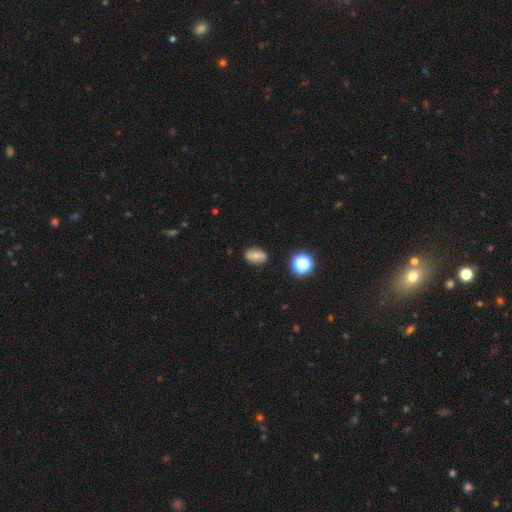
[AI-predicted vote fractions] Smooth or featured? smooth (67%)
How rounded? in between (81%)
Merging? none (85%)